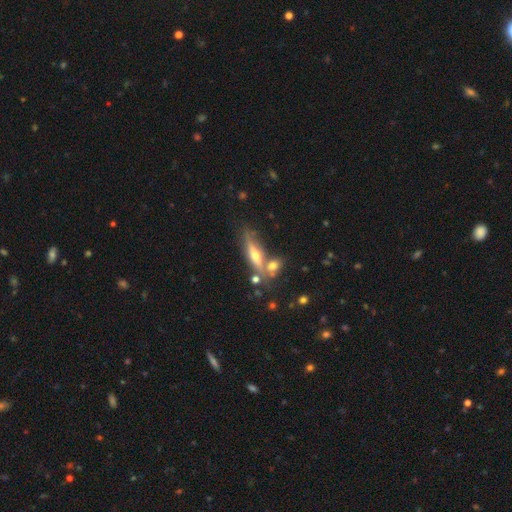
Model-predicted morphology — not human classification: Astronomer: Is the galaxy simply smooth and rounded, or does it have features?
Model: featured or disk — 55% (runner-up: smooth, 36%).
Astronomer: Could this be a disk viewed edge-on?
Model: yes — 84%.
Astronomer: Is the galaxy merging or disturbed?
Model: none — 55%.